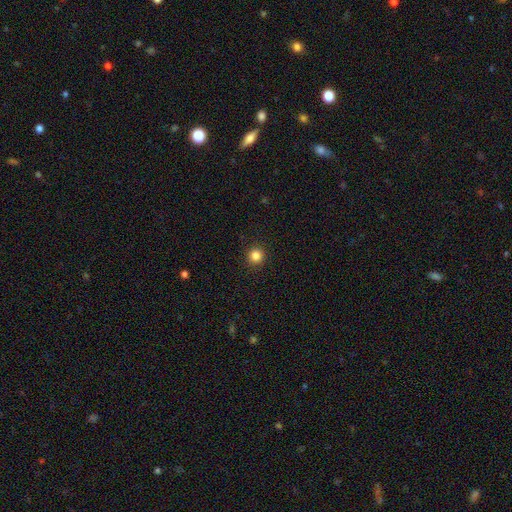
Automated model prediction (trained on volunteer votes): A smooth galaxy with no disk features (84%) that is round (95%). Merging: none (93%).